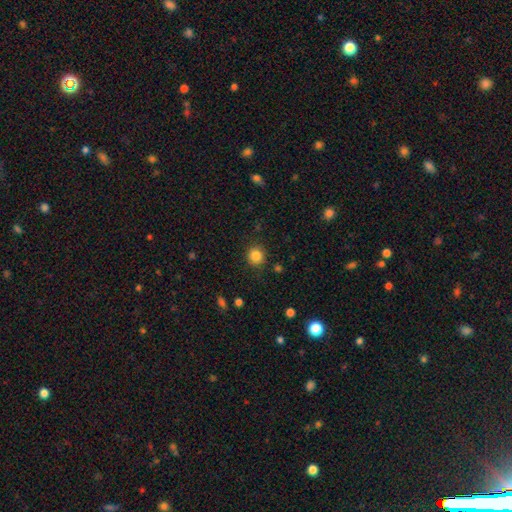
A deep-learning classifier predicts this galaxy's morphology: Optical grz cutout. It shows a smooth galaxy with no disk features (84%) that is round (91%). Merging: none (88%).